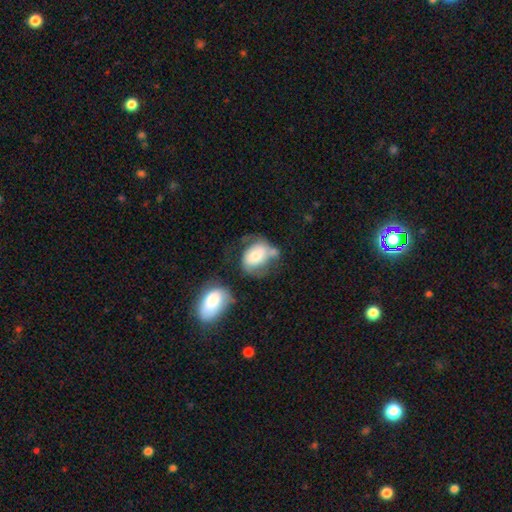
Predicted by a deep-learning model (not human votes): The model was most divided on "merging": none: 29%, merger: 25%, minor disturbance: 23%, major disturbance: 22%. More confident: how rounded — in between (68%); smooth or featured — smooth (59%).